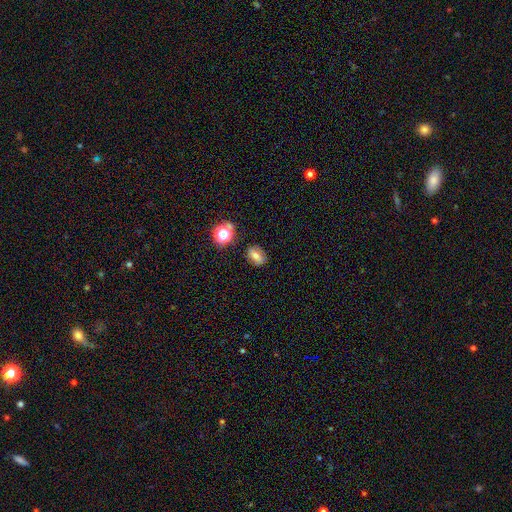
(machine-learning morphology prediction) smooth 56%, featured or disk 27%, star or artifact 17%. Down the decision tree: how rounded — in between (56%); merging — none (81%).